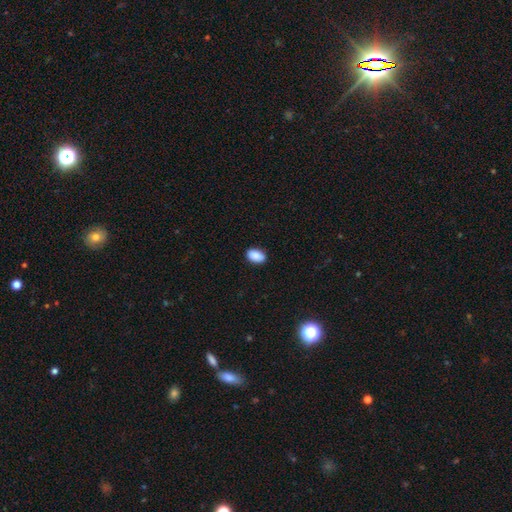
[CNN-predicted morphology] A smooth galaxy with no disk features (90%) that is in between round and cigar-shaped (90%). Merging: none (89%).